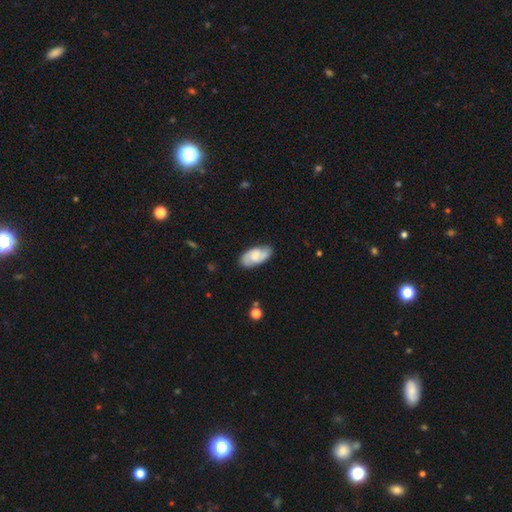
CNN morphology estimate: featured or disk 49%, smooth 44%, star or artifact 6%. Down the decision tree: merging — none (76%).